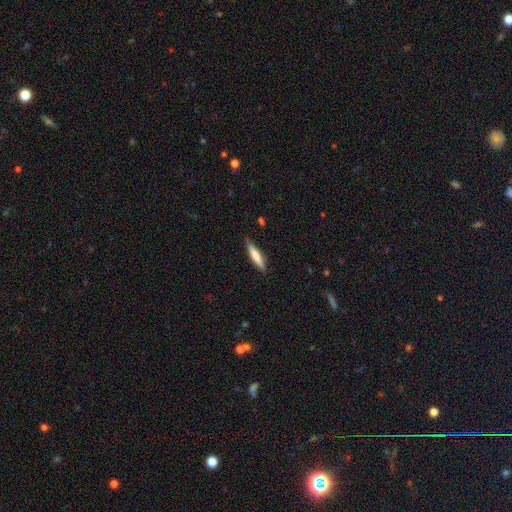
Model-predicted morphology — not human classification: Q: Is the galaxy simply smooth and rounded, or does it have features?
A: smooth — 68%.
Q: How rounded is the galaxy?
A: cigar-shaped — 85%.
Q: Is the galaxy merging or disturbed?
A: none — 87%.